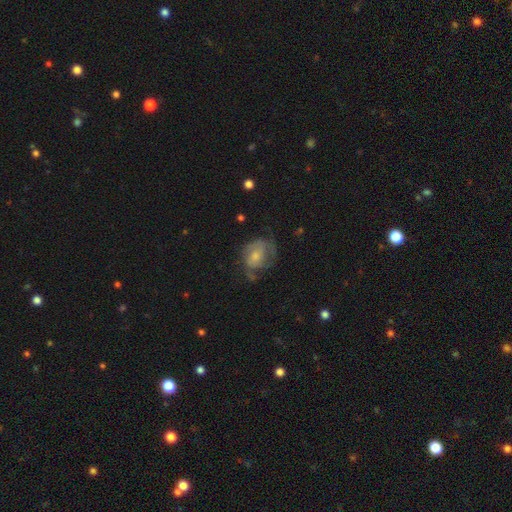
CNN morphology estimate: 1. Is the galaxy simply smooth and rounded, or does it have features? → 57% featured or disk, 35% smooth, 8% star or artifact.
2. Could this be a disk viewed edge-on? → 97% no, 3% yes.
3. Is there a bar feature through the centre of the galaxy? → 72% no, 24% weak, 4% strong.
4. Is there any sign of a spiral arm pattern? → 67% yes, 33% no.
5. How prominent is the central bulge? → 47% moderate, 37% small, 7% large, 7% none, 1% dominant.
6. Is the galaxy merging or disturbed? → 43% none, 28% minor disturbance, 27% major disturbance, 3% merger.